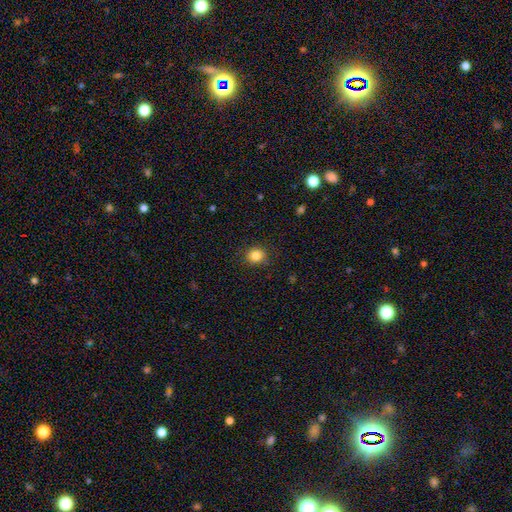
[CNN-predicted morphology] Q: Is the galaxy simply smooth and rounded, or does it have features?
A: smooth — 84%.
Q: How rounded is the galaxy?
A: round — 82%.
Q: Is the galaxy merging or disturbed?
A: none — 88%.